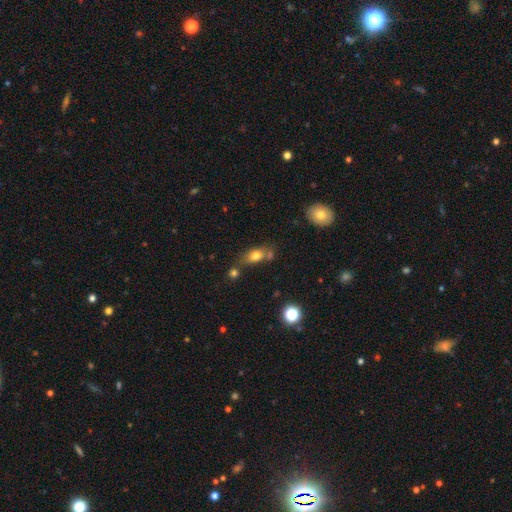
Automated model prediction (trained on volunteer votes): Morphology: type=smooth (74%); roundness=in between (73%); merging=none (53%).